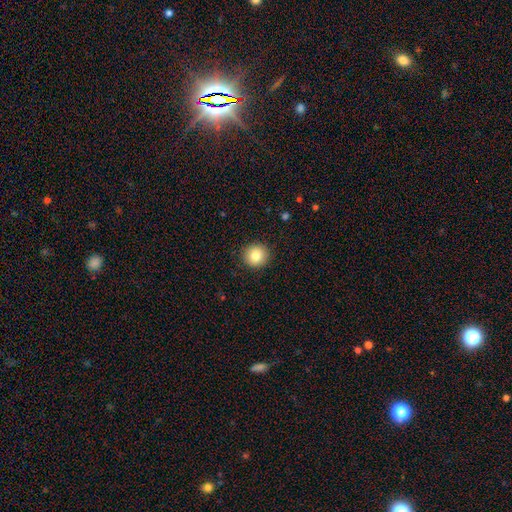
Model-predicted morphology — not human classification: Overall: smooth (83%). How rounded: round (93%). Merging: none (92%).